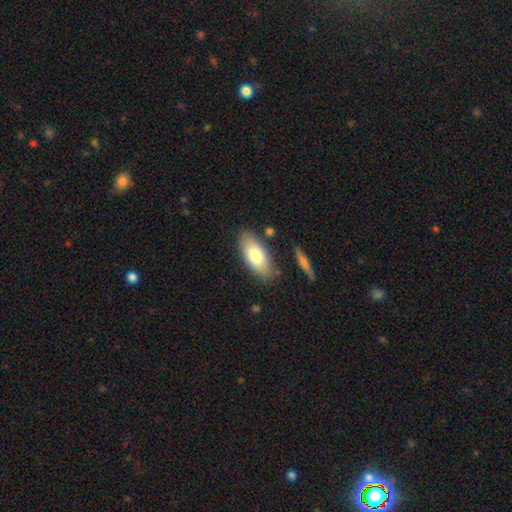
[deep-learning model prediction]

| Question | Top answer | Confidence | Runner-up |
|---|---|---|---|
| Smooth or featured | smooth | 75% | featured or disk (18%) |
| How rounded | in between | 88% | cigar-shaped (10%) |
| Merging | none | 82% | minor disturbance (12%) |